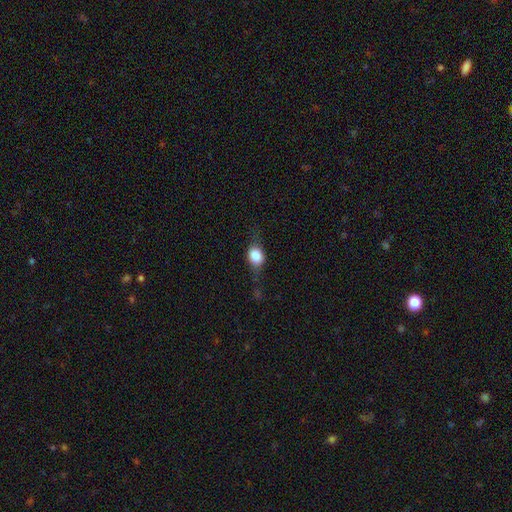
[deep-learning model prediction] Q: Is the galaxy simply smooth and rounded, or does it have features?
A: smooth — 68%.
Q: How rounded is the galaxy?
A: in between — 49%.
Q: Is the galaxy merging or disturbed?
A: none — 63%.